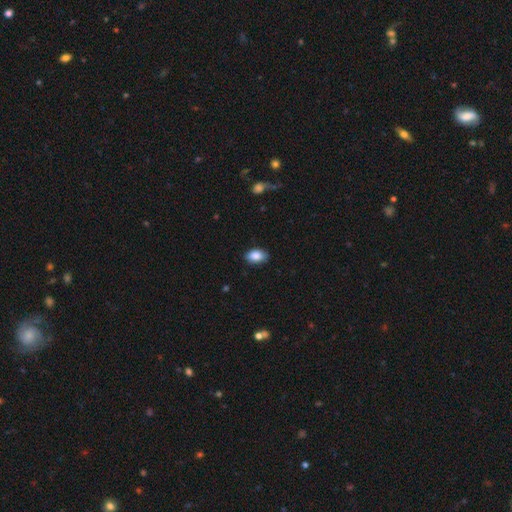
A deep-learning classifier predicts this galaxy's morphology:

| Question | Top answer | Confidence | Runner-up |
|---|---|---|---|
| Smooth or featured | smooth | 87% | star or artifact (7%) |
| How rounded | in between | 90% | round (9%) |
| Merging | none | 84% | minor disturbance (13%) |